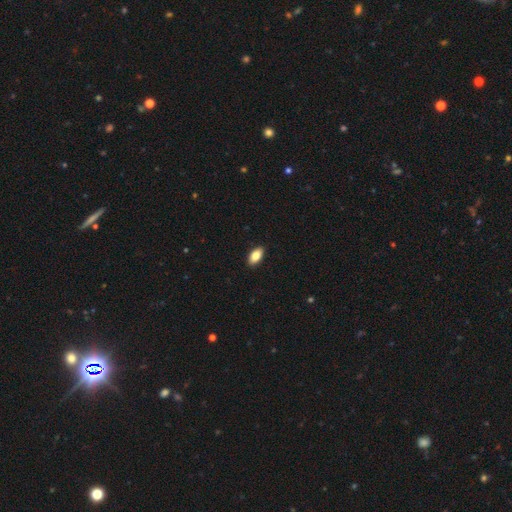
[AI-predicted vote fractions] smooth 84%, featured or disk 9%, star or artifact 7%. Down the decision tree: how rounded — in between (92%); merging — none (90%).